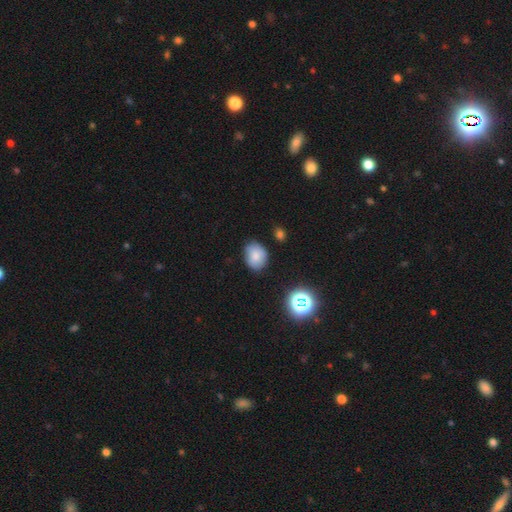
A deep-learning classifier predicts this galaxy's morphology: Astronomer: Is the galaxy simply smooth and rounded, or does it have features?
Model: smooth — 77%.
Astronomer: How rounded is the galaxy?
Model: in between — 53% (runner-up: round, 46%).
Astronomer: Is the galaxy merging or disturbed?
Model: none — 73%.